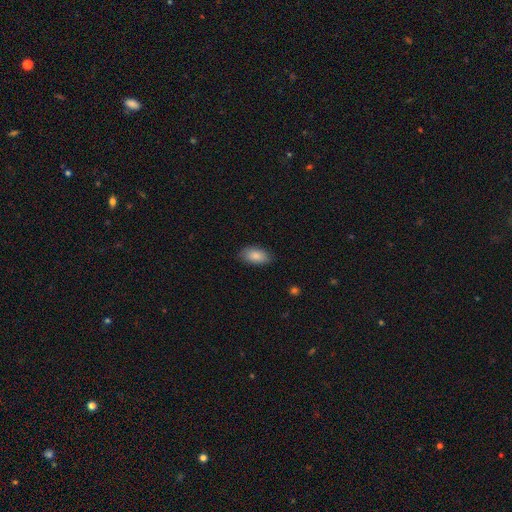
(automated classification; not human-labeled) Smooth or featured?
  - smooth: 86% *
  - featured or disk: 7%
  - star or artifact: 7%
How rounded?
  - in between: 93% *
  - cigar-shaped: 4%
  - round: 3%
Merging?
  - none: 84% *
  - minor disturbance: 13%
  - major disturbance: 3%
  - merger: 1%